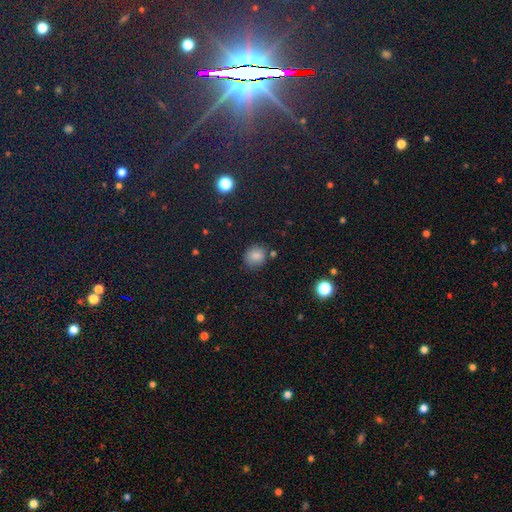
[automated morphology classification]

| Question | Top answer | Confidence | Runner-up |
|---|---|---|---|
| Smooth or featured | smooth | 81% | star or artifact (13%) |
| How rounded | round | 75% | in between (24%) |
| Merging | none | 74% | minor disturbance (17%) |